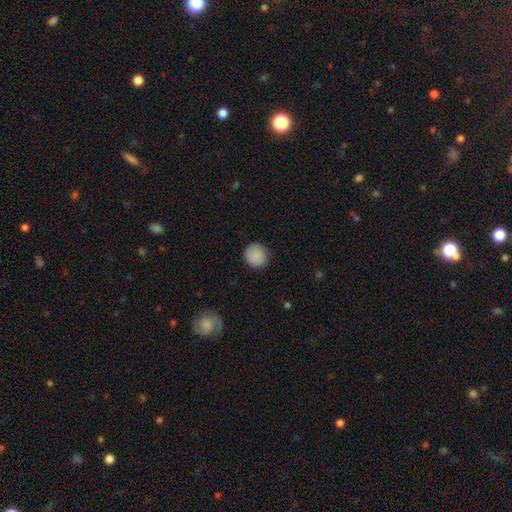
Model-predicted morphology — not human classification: type=smooth (88%); roundness=round (91%); merging=none (90%).